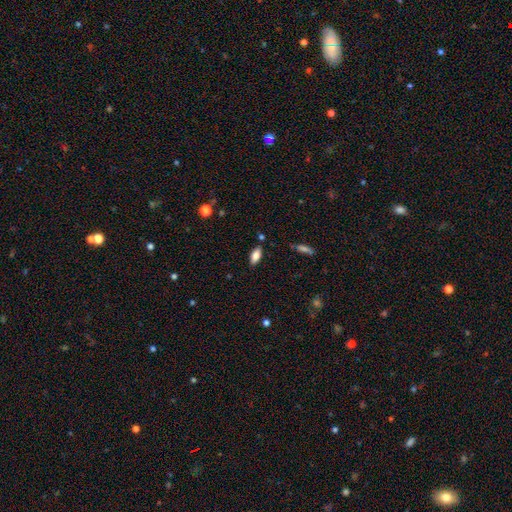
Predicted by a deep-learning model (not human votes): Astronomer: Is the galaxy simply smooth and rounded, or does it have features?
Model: smooth — 83%.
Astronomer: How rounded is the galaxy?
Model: in between — 86%.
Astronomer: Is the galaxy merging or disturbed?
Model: none — 84%.